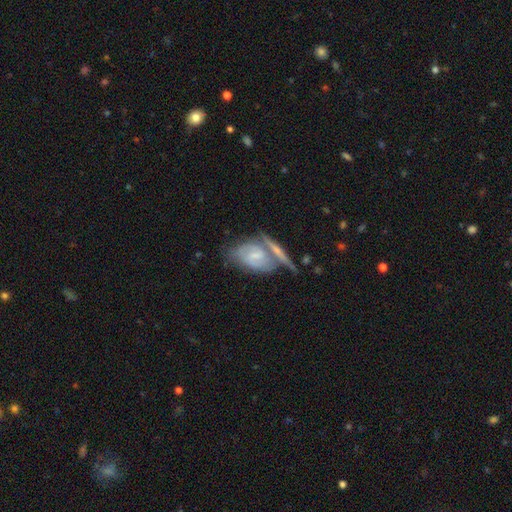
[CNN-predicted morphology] Smooth or featured? featured or disk (63%)
Edge-on disk? no (85%)
Bar? no (47%)
Spiral arms? yes (77%)
Bulge size? small (52%)
Merging? merger (42%)